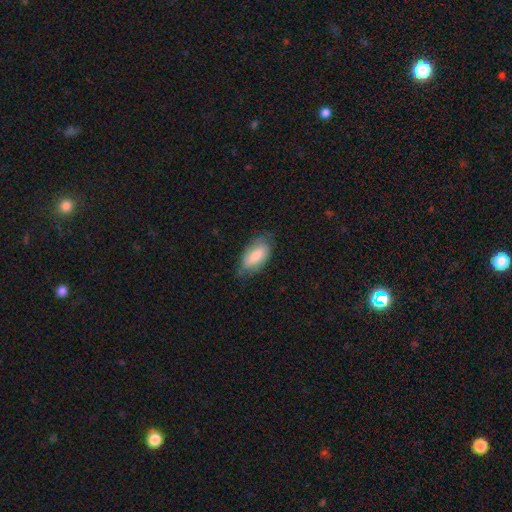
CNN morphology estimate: The model was most divided on "merging": none: 66%, minor disturbance: 27%, major disturbance: 6%, merger: 1%. More confident: how rounded — in between (91%); smooth or featured — smooth (71%).